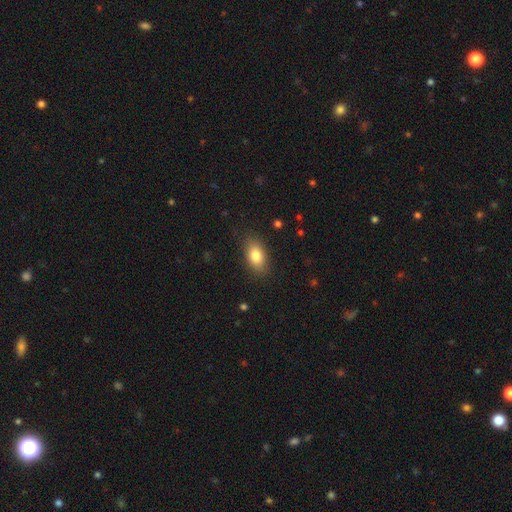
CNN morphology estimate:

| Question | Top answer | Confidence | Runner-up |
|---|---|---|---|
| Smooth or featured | smooth | 83% | featured or disk (9%) |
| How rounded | in between | 88% | round (8%) |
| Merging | none | 85% | minor disturbance (11%) |